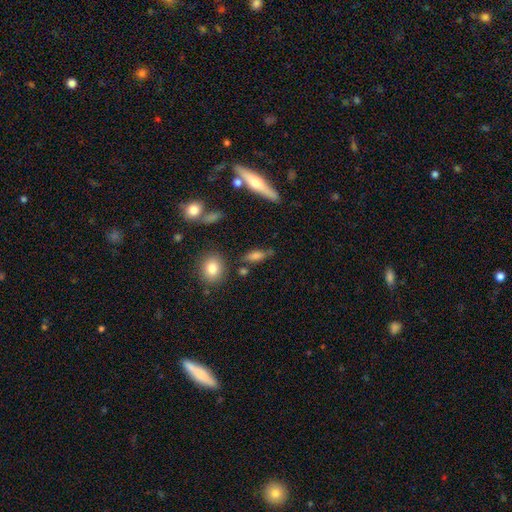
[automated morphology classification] smooth 67%, featured or disk 23%, star or artifact 10%. Down the decision tree: how rounded — in between (58%); merging — none (66%).